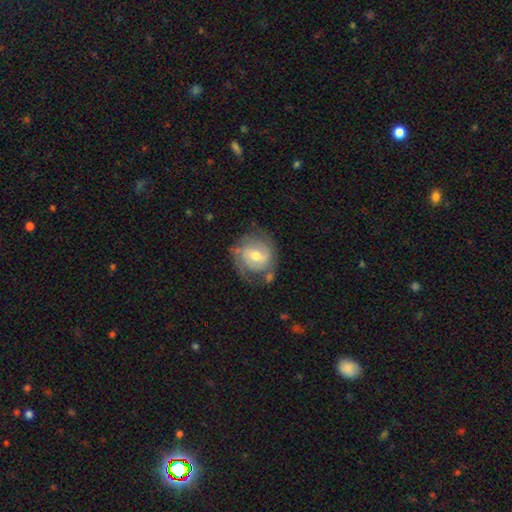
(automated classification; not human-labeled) This is likely a featured or disk galaxy (71%). It is clearly not viewed edge-on (97%). Bar: possibly weak (52%). Spiral arm pattern: clearly yes (86%). Spiral arm count: possibly 2 (58%). Spiral winding: possibly tight (50%). Central bulge: likely moderate (66%). Merging: likely none (61%).